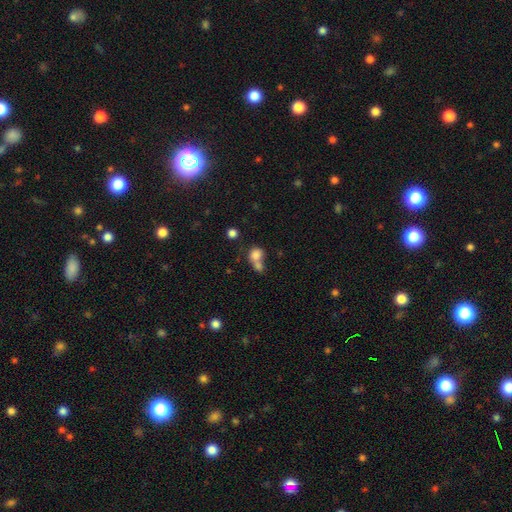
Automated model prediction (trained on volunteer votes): smooth_or_featured: smooth (p=0.80) [alt: star or artifact p=0.10]
how_rounded: round (p=0.66) [alt: in between p=0.33]
merging: merger (p=0.56) [alt: none p=0.30]